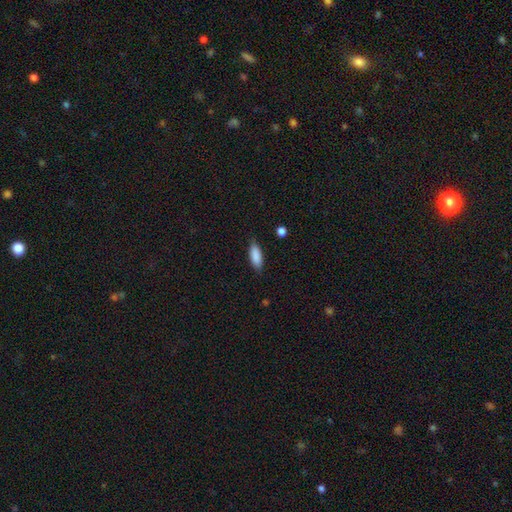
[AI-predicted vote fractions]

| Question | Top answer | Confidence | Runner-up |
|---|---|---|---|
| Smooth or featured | smooth | 88% | star or artifact (6%) |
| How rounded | in between | 71% | cigar-shaped (27%) |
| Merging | none | 83% | minor disturbance (13%) |